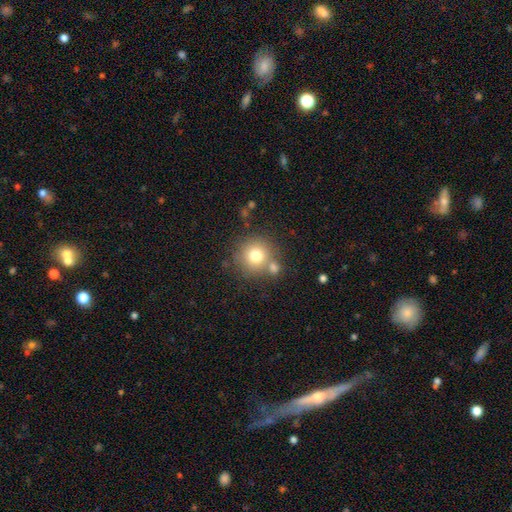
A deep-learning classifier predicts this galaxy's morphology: Smooth or featured? smooth (75%)
How rounded? round (93%)
Merging? none (70%)